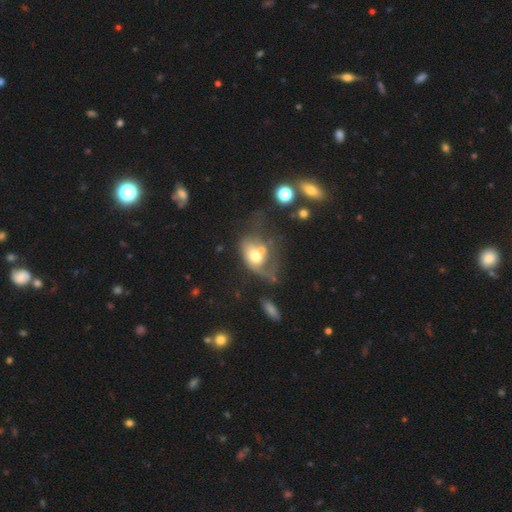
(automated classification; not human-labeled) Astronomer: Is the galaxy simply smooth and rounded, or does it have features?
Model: smooth — 49% (runner-up: featured or disk, 41%).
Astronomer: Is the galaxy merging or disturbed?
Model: major disturbance — 38% (runner-up: merger, 31%).